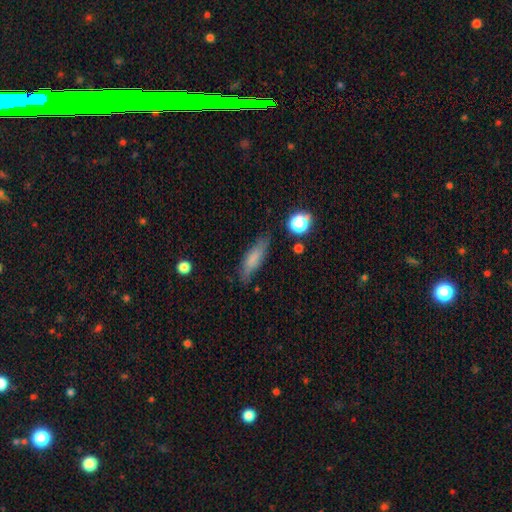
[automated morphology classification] Q: Smooth or featured?
A: smooth (70%); runner-up: featured or disk (20%)
Q: How rounded?
A: cigar-shaped (58%); runner-up: in between (39%)
Q: Merging?
A: none (80%); runner-up: minor disturbance (14%)